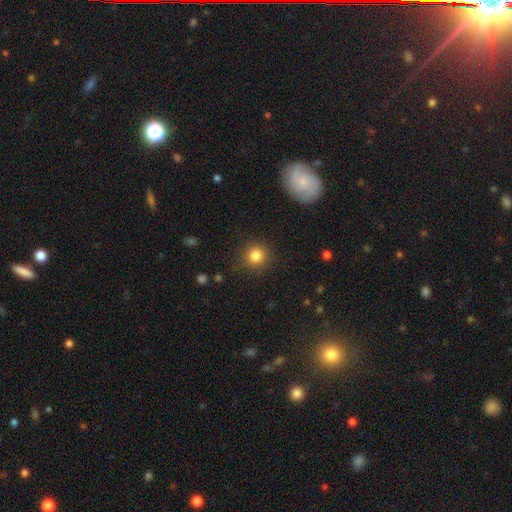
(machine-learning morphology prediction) This appears to be a smooth galaxy with no disk features (83%) that is round (92%). Merging: none (89%).